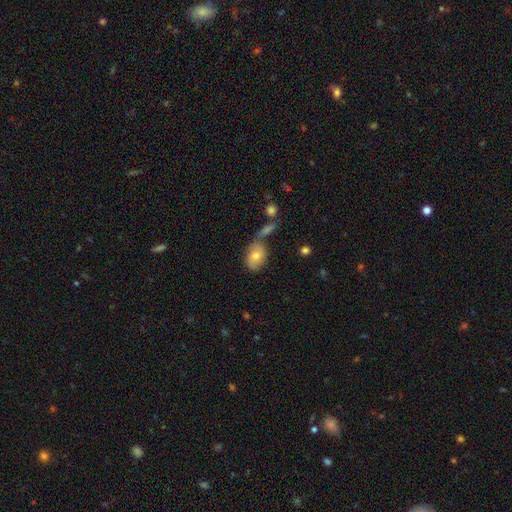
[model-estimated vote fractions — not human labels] Overall: smooth (71%). How rounded: in between (83%). Merging: none (52%; merger 24%).